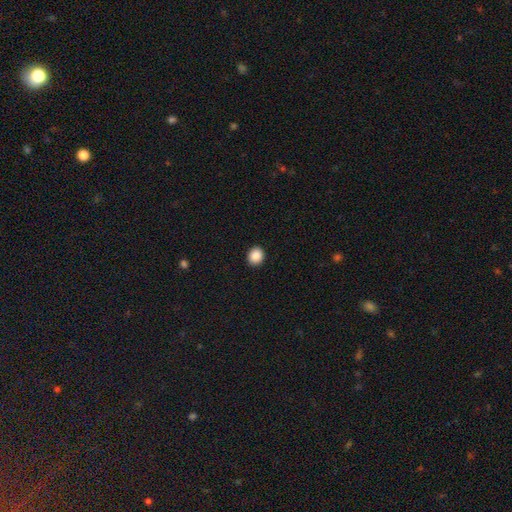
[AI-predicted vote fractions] smooth_or_featured: smooth (p=0.89) [alt: star or artifact p=0.09]
how_rounded: round (p=0.76) [alt: in between p=0.23]
merging: none (p=0.92) [alt: minor disturbance p=0.06]